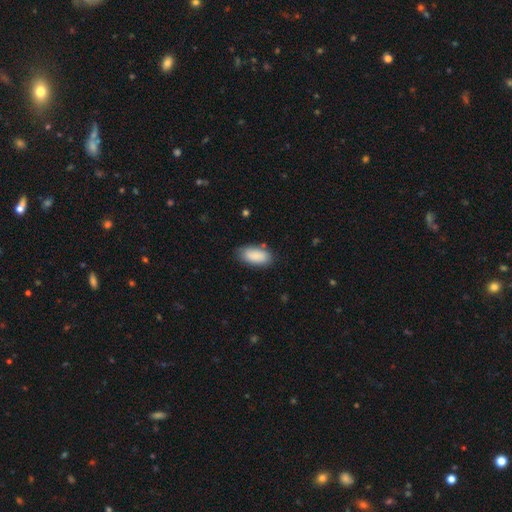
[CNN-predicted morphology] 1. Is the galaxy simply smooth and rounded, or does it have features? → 89% smooth, 6% star or artifact, 5% featured or disk.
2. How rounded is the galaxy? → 91% in between, 6% cigar-shaped, 2% round.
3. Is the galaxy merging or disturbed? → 81% none, 14% minor disturbance, 3% major disturbance, 2% merger.